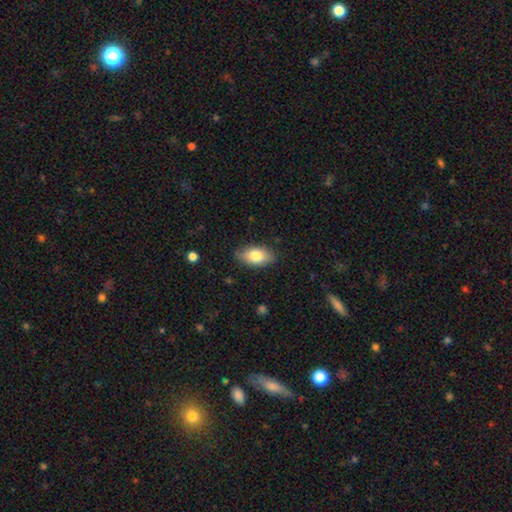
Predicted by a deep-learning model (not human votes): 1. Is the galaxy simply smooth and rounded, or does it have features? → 79% smooth, 15% featured or disk, 7% star or artifact.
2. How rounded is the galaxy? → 92% in between, 5% round, 3% cigar-shaped.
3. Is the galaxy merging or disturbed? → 84% none, 12% minor disturbance, 2% major disturbance, 1% merger.